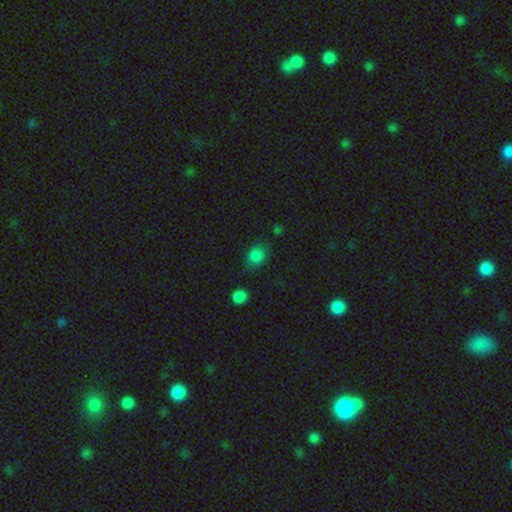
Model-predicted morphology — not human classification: Smooth or featured? smooth (80%)
How rounded? round (53%)
Merging? none (74%)